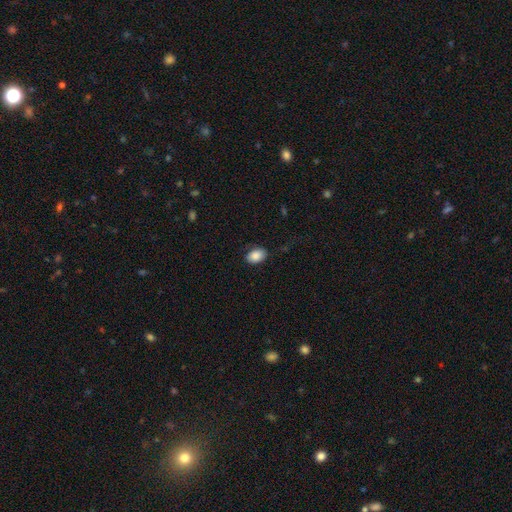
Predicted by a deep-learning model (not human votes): Morphology: type=smooth (87%); roundness=in between (83%); merging=none (81%).